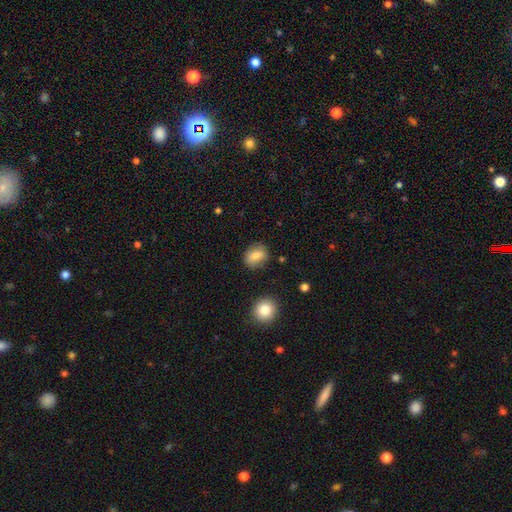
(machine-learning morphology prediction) smooth-or-featured: smooth: 81% | featured or disk: 11% | star or artifact: 9%
  how-rounded: in between: 53% | round: 45% | cigar-shaped: 2%
  merging: none: 78% | minor disturbance: 15% | major disturbance: 4% | merger: 2%